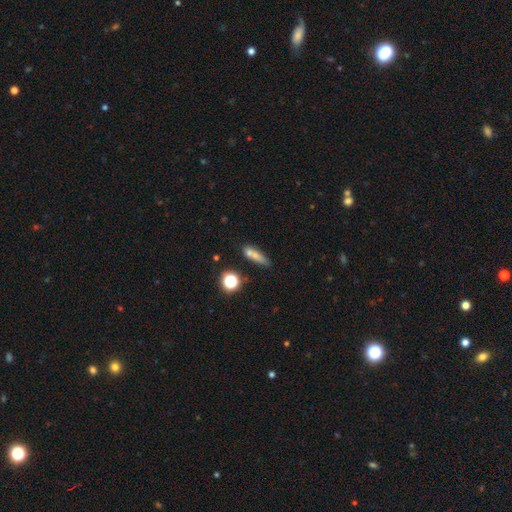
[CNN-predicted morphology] A smooth galaxy with no disk features (68%) that is cigar-shaped (60%). Merging: none (58%).